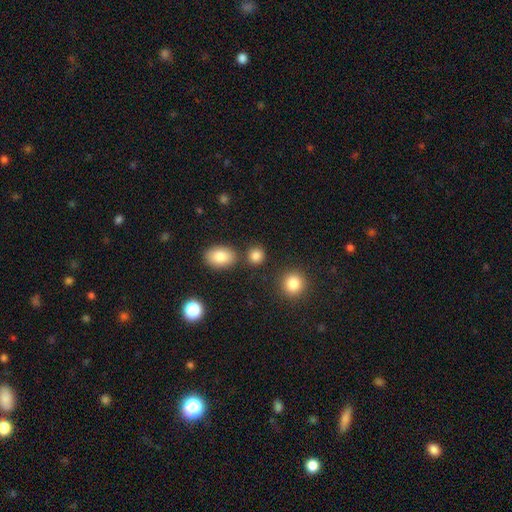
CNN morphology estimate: type=smooth (85%); roundness=round (78%); merging=none (80%).